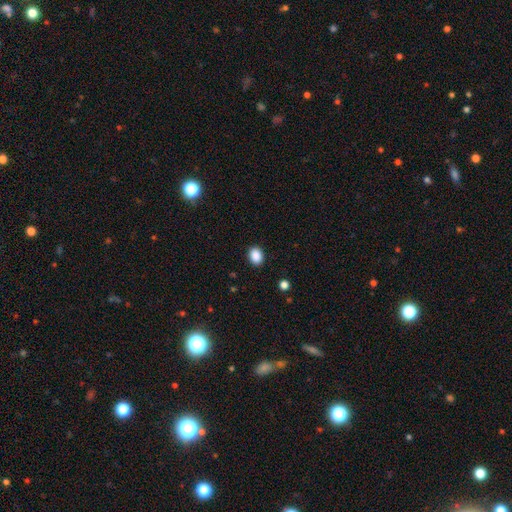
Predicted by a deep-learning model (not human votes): Q: Smooth or featured?
A: smooth (88%); runner-up: star or artifact (9%)
Q: How rounded?
A: in between (56%); runner-up: round (43%)
Q: Merging?
A: none (90%); runner-up: minor disturbance (7%)